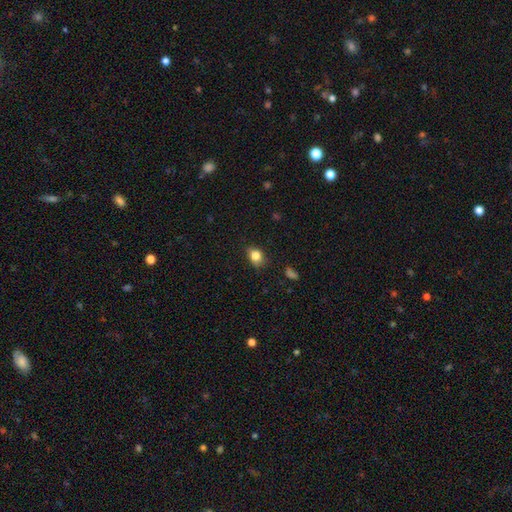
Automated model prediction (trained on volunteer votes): The model was most divided on "how rounded": in between: 61%, round: 37%, cigar-shaped: 2%. More confident: smooth or featured — smooth (79%); merging — none (70%).